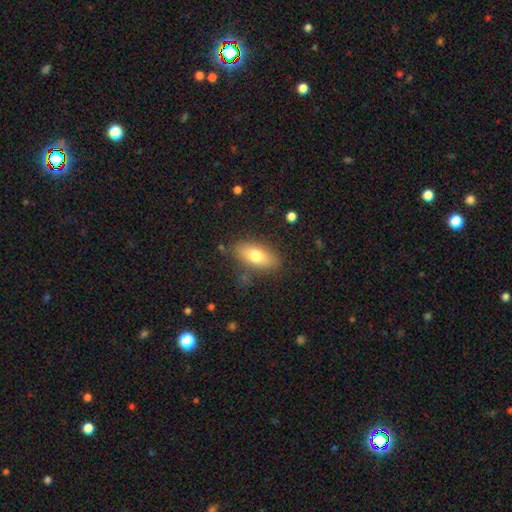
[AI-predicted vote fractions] This appears to be a smooth galaxy with no disk features (75%) that is in between round and cigar-shaped (84%). Merging: none (80%).